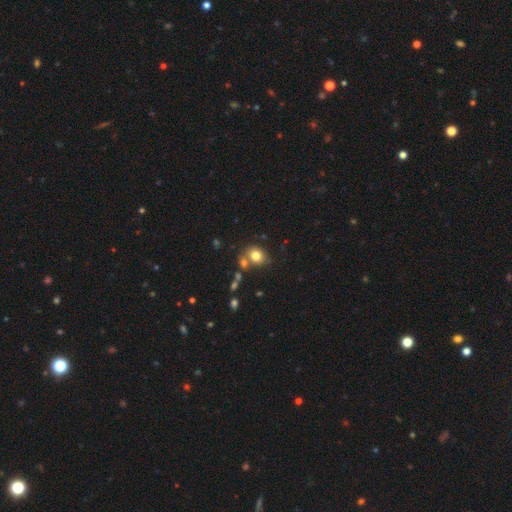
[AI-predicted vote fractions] This appears to be a smooth galaxy with no disk features (79%) that is round (61%). Merging: none (61%).